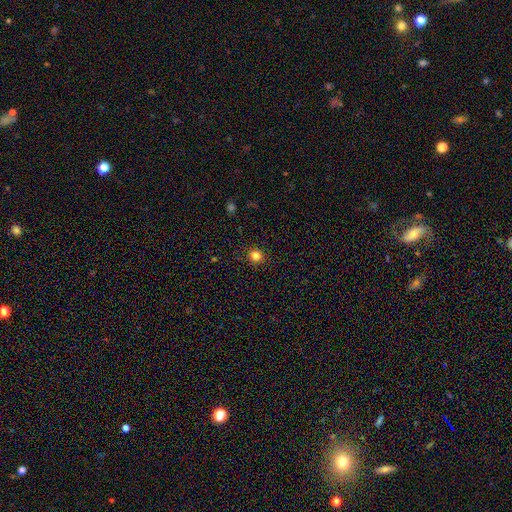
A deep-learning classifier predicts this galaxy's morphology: Smooth or featured?
  - smooth: 82% *
  - star or artifact: 13%
  - featured or disk: 5%
How rounded?
  - round: 90% *
  - in between: 9%
  - cigar-shaped: 1%
Merging?
  - none: 92% *
  - minor disturbance: 5%
  - major disturbance: 2%
  - merger: 1%